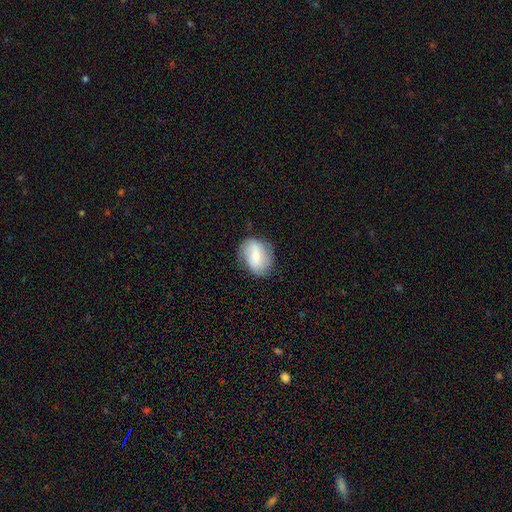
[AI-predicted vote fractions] Smooth or featured: smooth — 59% (featured or disk — 33%)
How rounded: in between — 68% (round — 31%)
Merging: none — 68% (minor disturbance — 23%)